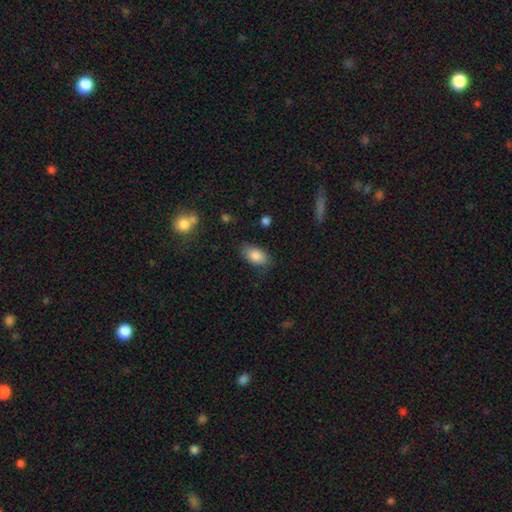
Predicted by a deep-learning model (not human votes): smooth_or_featured: smooth (p=0.86) [alt: star or artifact p=0.07]
how_rounded: in between (p=0.91) [alt: round p=0.06]
merging: none (p=0.76) [alt: minor disturbance p=0.18]